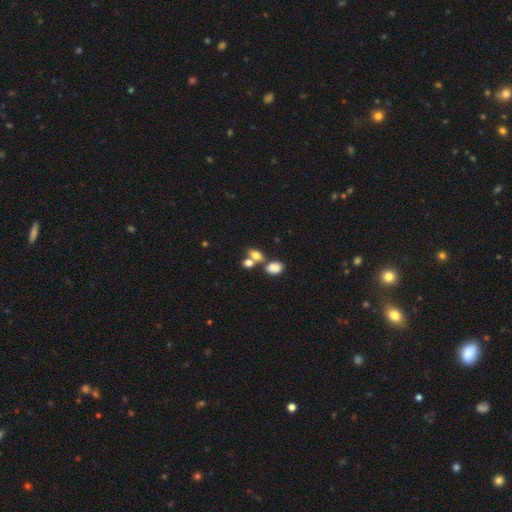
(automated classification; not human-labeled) smooth-or-featured: smooth: 74% | featured or disk: 13% | star or artifact: 12%
  how-rounded: in between: 75% | round: 21% | cigar-shaped: 4%
  merging: merger: 45% | none: 40% | minor disturbance: 10% | major disturbance: 5%